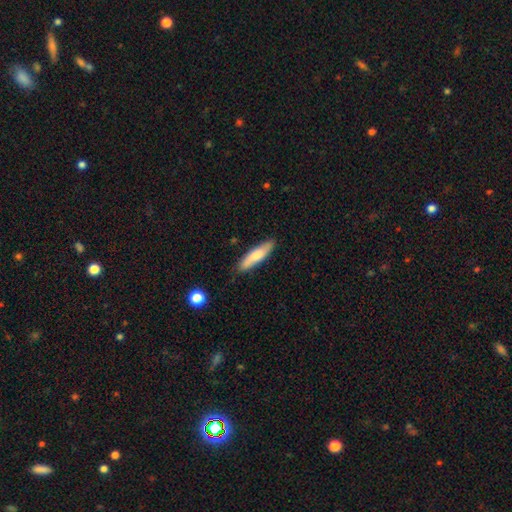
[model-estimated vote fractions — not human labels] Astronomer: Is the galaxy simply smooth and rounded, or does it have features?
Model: smooth — 73%.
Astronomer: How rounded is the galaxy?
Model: cigar-shaped — 75%.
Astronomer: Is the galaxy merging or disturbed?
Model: none — 84%.